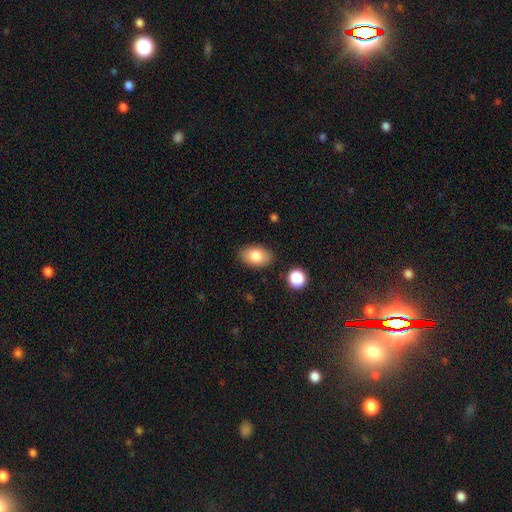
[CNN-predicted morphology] Q: Smooth or featured?
A: smooth (81%); runner-up: featured or disk (11%)
Q: How rounded?
A: in between (87%); runner-up: round (12%)
Q: Merging?
A: none (85%); runner-up: minor disturbance (10%)